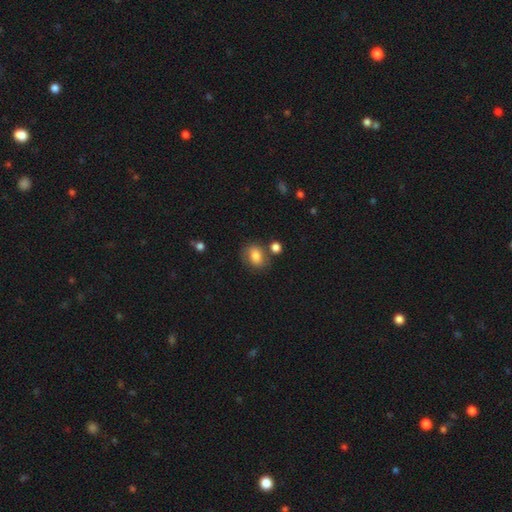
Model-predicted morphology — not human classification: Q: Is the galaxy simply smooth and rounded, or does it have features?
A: smooth — 79%.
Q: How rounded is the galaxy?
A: in between — 57%.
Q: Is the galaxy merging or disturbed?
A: none — 67%.